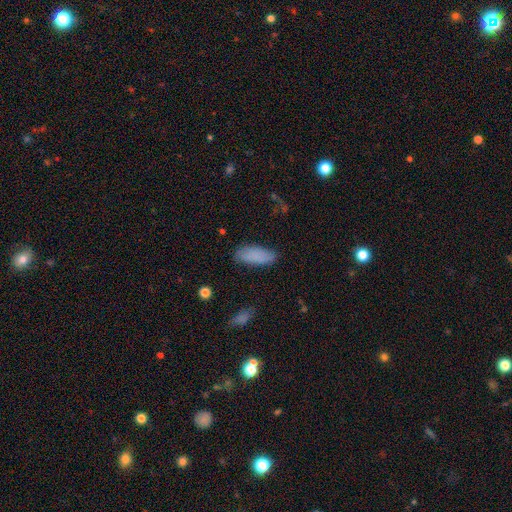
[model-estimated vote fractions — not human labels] Smooth or featured?
  - smooth: 86% *
  - featured or disk: 7%
  - star or artifact: 7%
How rounded?
  - in between: 76% *
  - cigar-shaped: 22%
  - round: 2%
Merging?
  - none: 81% *
  - minor disturbance: 14%
  - major disturbance: 3%
  - merger: 2%